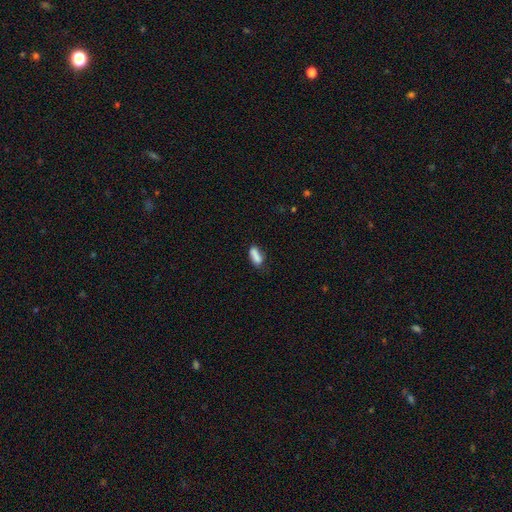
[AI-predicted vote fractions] Morphology: type=smooth (82%); roundness=in between (64%); merging=none (57%).